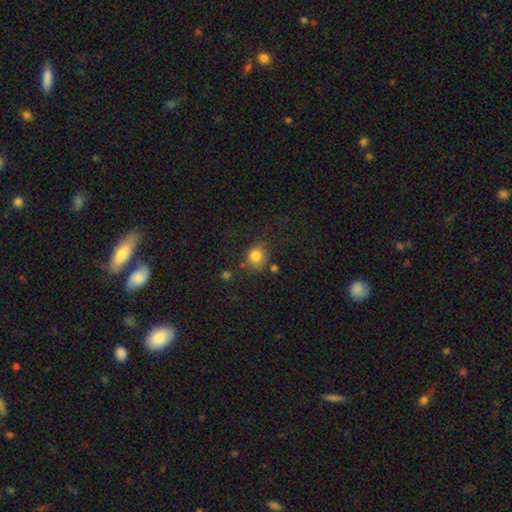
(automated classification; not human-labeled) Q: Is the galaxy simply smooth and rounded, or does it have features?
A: smooth — 81%.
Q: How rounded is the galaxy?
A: round — 65%.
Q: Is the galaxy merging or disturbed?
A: none — 65%.